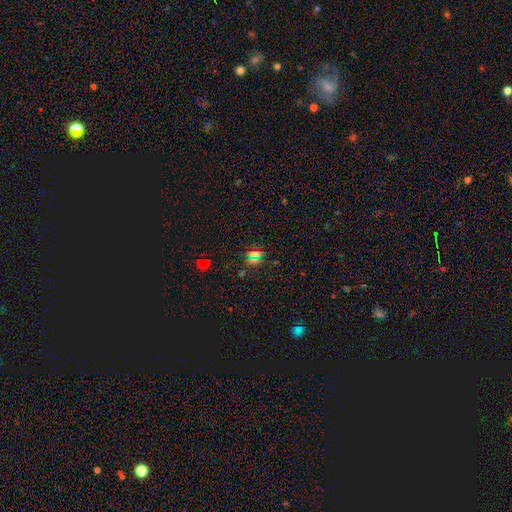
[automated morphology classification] star or artifact 50%, smooth 41%, featured or disk 9%.